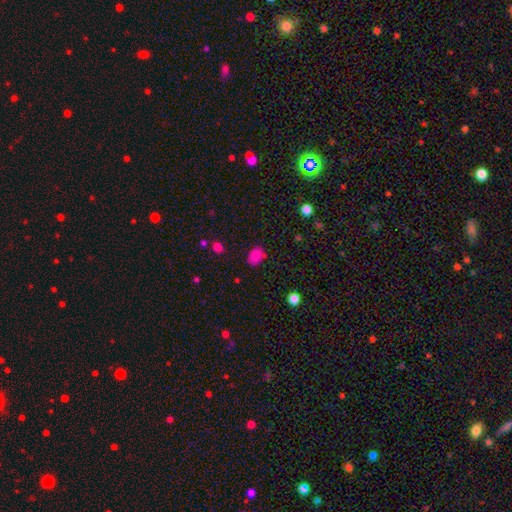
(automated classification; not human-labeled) This is clearly a smooth galaxy (81%). How rounded: likely in between (75%). Merging: likely none (77%).